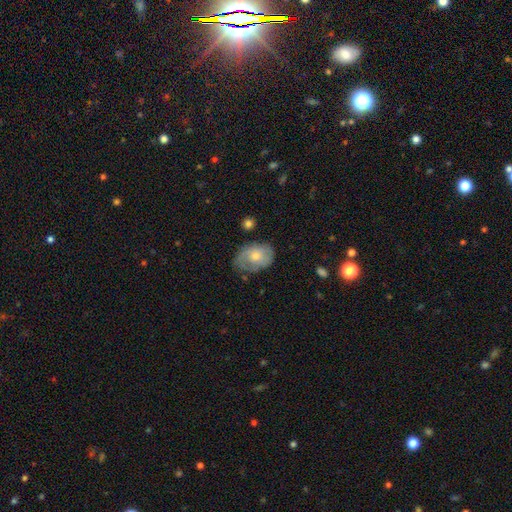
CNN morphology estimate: Overall: smooth (46%, tied with featured or disk). Merging: none (66%).